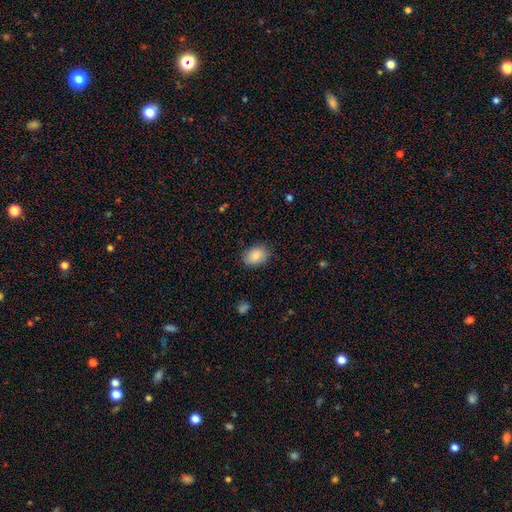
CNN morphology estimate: This appears to be a smooth galaxy with no disk features (86%) that is in between round and cigar-shaped (78%). Merging: none (84%).